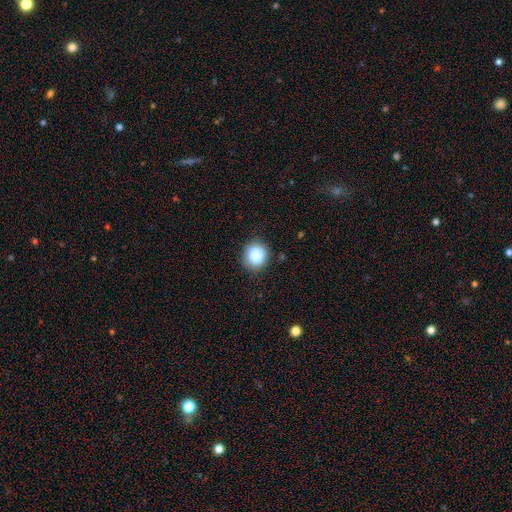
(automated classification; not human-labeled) smooth 84%, star or artifact 10%, featured or disk 7%. Down the decision tree: how rounded — round (80%); merging — none (86%).